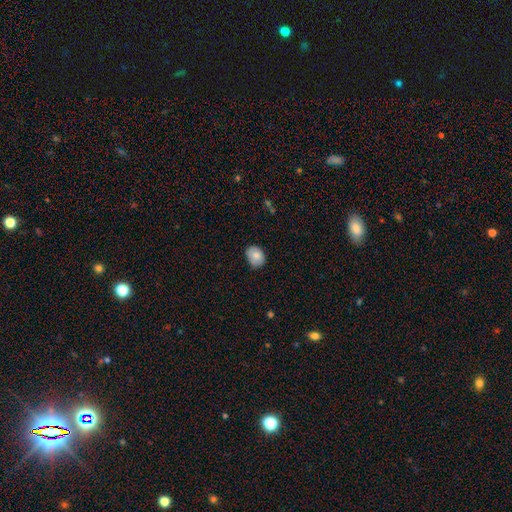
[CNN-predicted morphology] Q: Smooth or featured?
A: smooth (77%); runner-up: featured or disk (15%)
Q: How rounded?
A: in between (62%); runner-up: round (38%)
Q: Merging?
A: none (75%); runner-up: minor disturbance (21%)